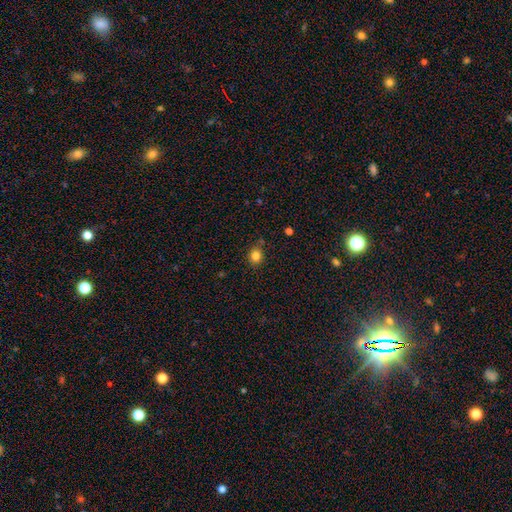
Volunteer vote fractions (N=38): This appears to be a smooth galaxy with no disk features (89%) that is round (82%). Merging: none (83%).